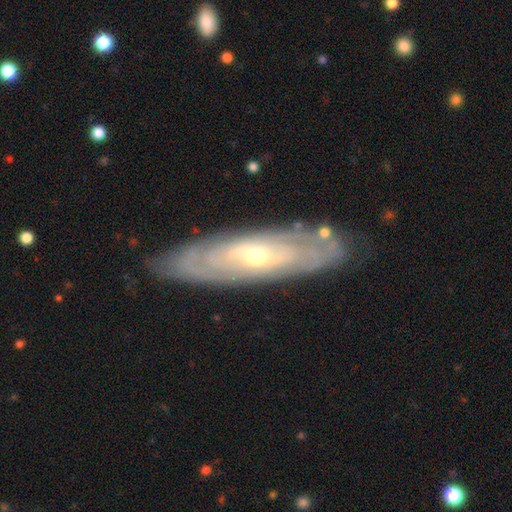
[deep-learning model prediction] Smooth or featured? featured or disk (79%)
Edge-on disk? no (72%)
Bar? no (61%)
Spiral arms? yes (78%)
Bulge size? small (60%)
Merging? none (84%)